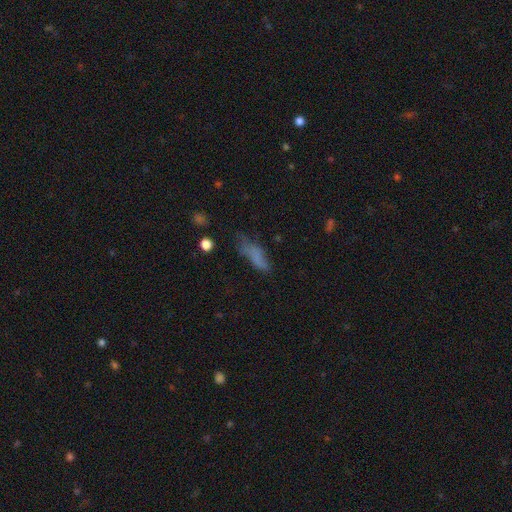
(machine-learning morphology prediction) type=smooth (68%); roundness=cigar-shaped (49%); merging=none (43%).